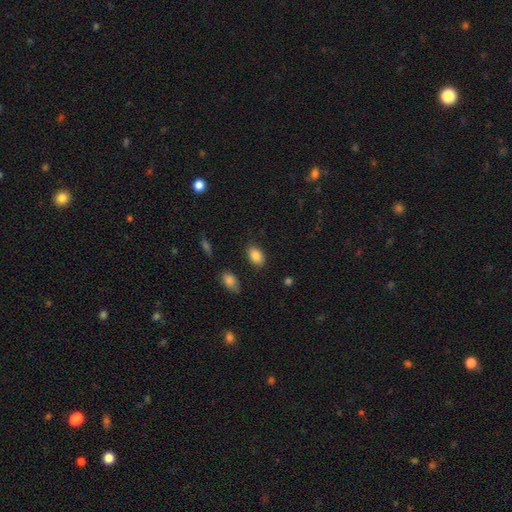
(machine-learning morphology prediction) Smooth or featured: smooth — 86% (star or artifact — 8%)
How rounded: in between — 86% (round — 13%)
Merging: none — 84% (minor disturbance — 11%)